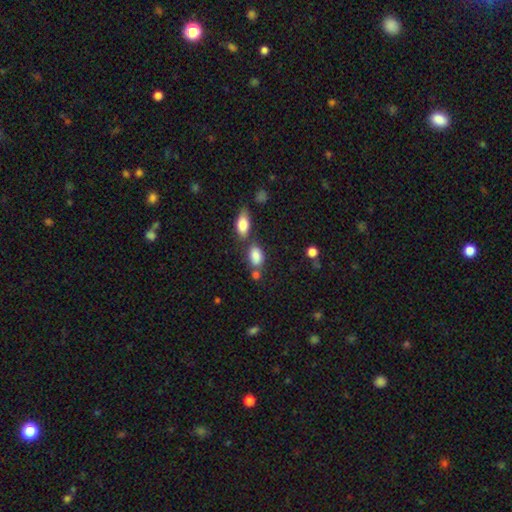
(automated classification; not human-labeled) Smooth or featured: smooth — 85% (star or artifact — 9%)
How rounded: in between — 87% (round — 10%)
Merging: none — 54% (merger — 26%)